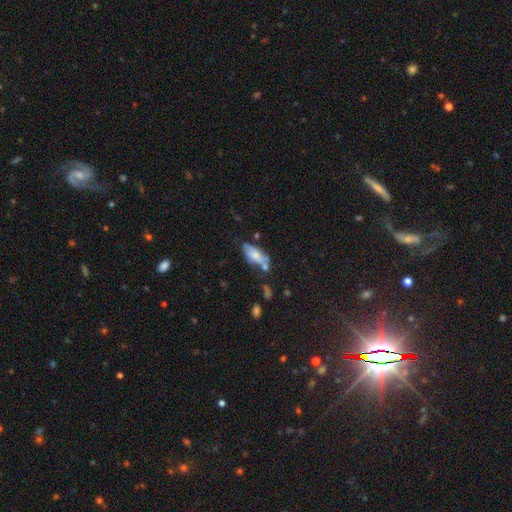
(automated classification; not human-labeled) Q: Smooth or featured?
A: smooth (68%); runner-up: featured or disk (24%)
Q: How rounded?
A: in between (80%); runner-up: cigar-shaped (17%)
Q: Merging?
A: none (48%); runner-up: minor disturbance (25%)